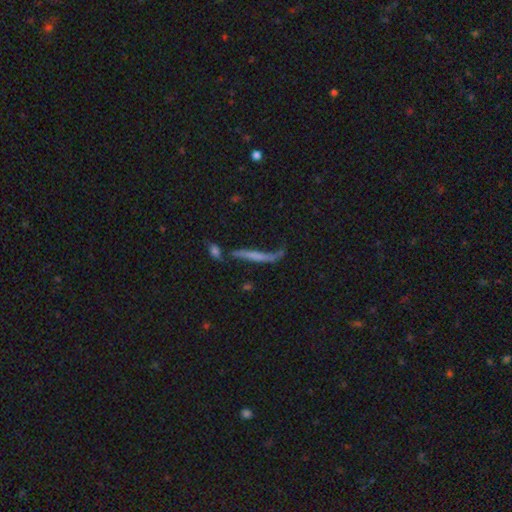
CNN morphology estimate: The model was most divided on "smooth or featured": featured or disk: 45%, smooth: 44%, star or artifact: 11%. Remaining: merging — none (43%).